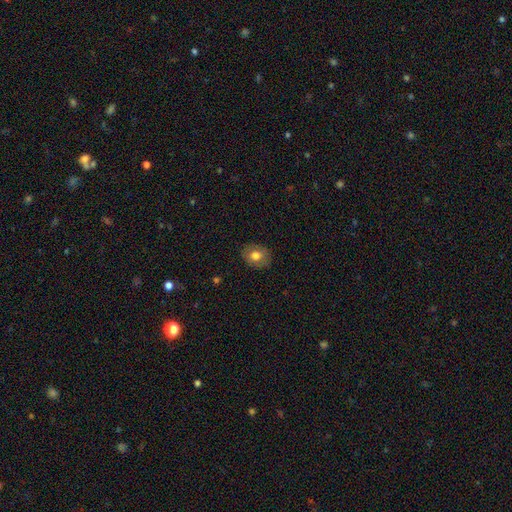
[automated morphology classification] A smooth galaxy with no disk features (72%) that is round (51%). Merging: none (85%).